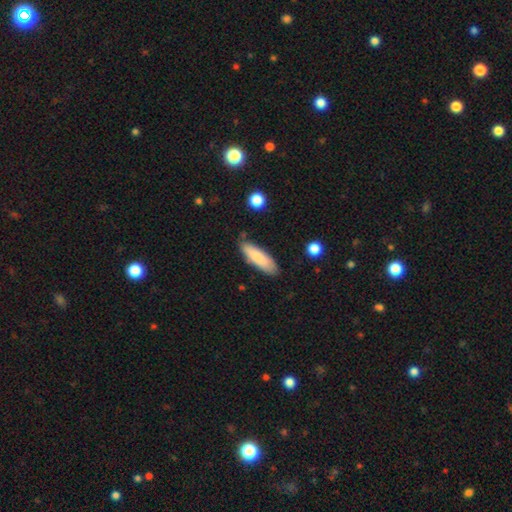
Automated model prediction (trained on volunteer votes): Smooth or featured? Predicted: smooth (p=0.81). How rounded? Predicted: cigar-shaped (p=0.58). Merging? Predicted: none (p=0.82).